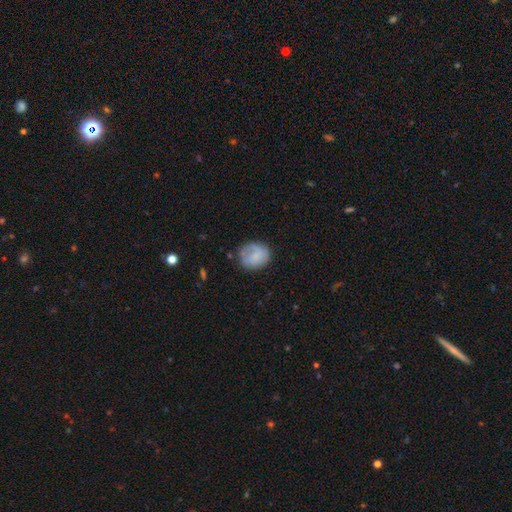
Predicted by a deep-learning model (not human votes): smooth-or-featured: smooth: 70% | featured or disk: 23% | star or artifact: 7%
  how-rounded: round: 76% | in between: 23% | cigar-shaped: 1%
  merging: none: 64% | minor disturbance: 23% | major disturbance: 10% | merger: 2%